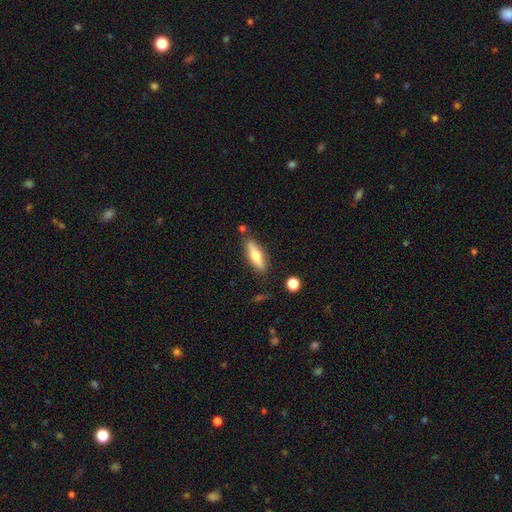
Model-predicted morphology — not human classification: smooth_or_featured: smooth (p=0.54) [alt: featured or disk p=0.40]
how_rounded: cigar-shaped (p=0.60) [alt: in between p=0.38]
merging: none (p=0.83) [alt: minor disturbance p=0.11]